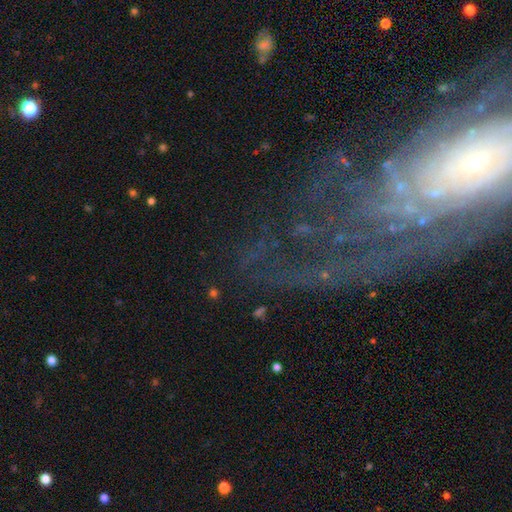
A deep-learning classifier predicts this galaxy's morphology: type=featured or disk (64%); edge-on=no (89%); bar=no (59%); spiral arms=yes (75%); bulge=small (47%); merging=none (63%).